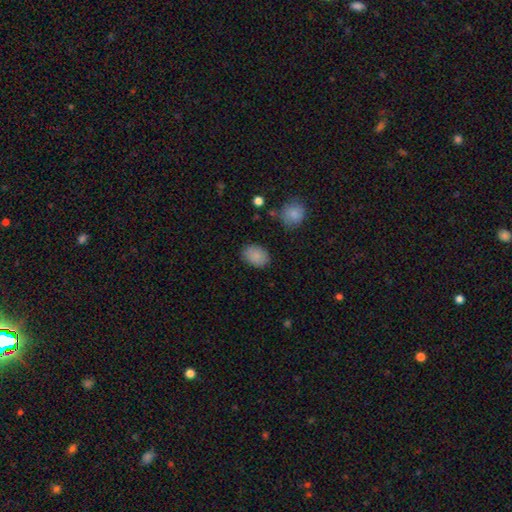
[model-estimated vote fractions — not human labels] The model was most divided on "how rounded": in between: 78%, round: 21%, cigar-shaped: 1%. More confident: smooth or featured — smooth (88%); merging — none (84%).